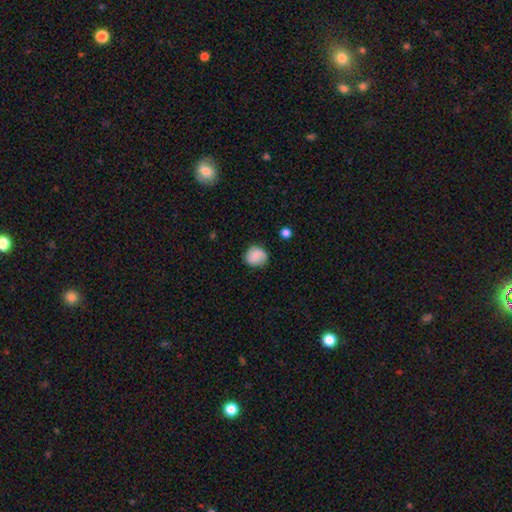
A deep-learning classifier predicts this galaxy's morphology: The model was most divided on "merging": none: 77%, minor disturbance: 18%, major disturbance: 4%, merger: 1%. More confident: smooth or featured — smooth (82%); how rounded — round (80%).